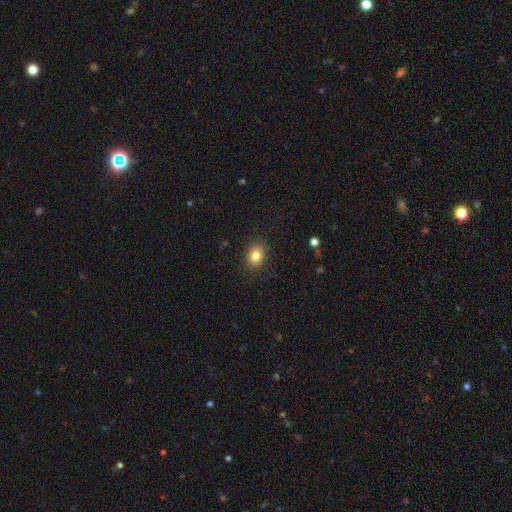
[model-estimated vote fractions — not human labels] Smooth or featured?
  - smooth: 83% *
  - star or artifact: 10%
  - featured or disk: 7%
How rounded?
  - in between: 61% *
  - round: 38%
  - cigar-shaped: 1%
Merging?
  - none: 88% *
  - minor disturbance: 8%
  - major disturbance: 2%
  - merger: 1%